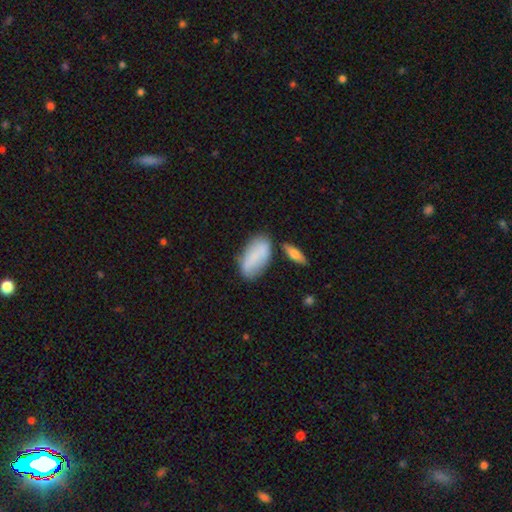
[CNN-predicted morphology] This is likely a smooth galaxy (78%). How rounded: clearly in between (90%). Merging: likely none (62%).